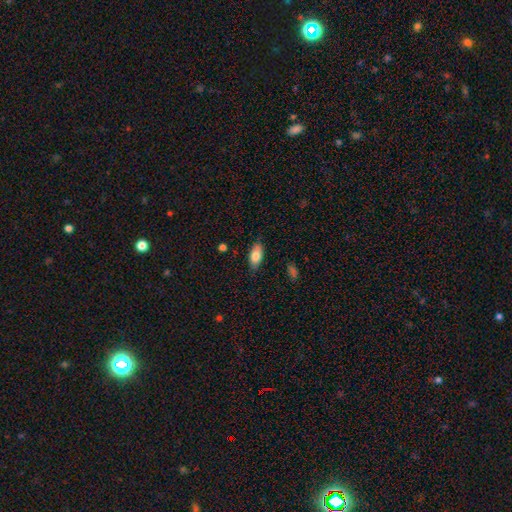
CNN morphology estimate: This is clearly a smooth galaxy (82%). How rounded: clearly in between (89%). Merging: clearly none (83%).